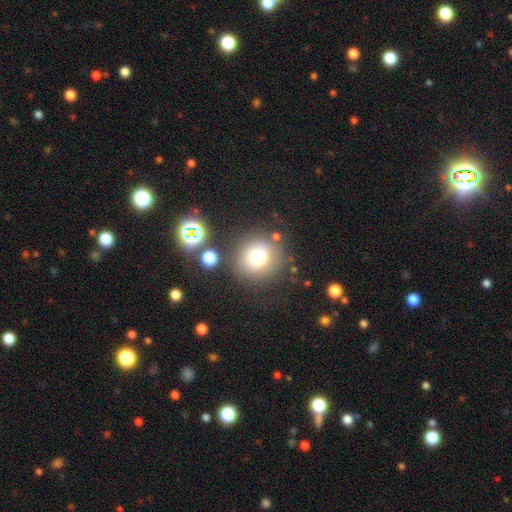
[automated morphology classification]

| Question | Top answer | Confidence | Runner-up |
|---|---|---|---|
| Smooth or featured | smooth | 72% | star or artifact (17%) |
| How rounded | round | 90% | in between (9%) |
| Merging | none | 80% | minor disturbance (10%) |